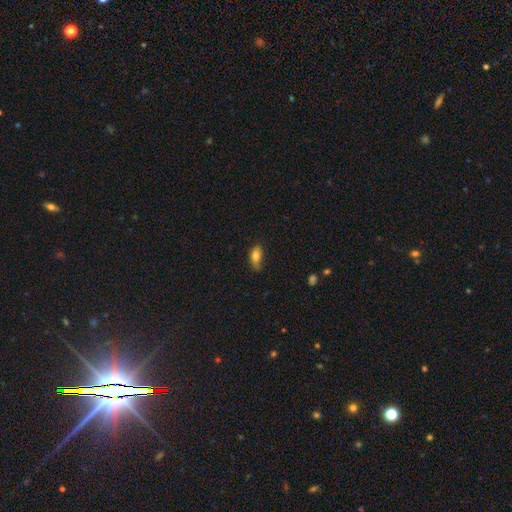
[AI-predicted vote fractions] smooth-or-featured: smooth: 80% | featured or disk: 12% | star or artifact: 8%
  how-rounded: in between: 83% | cigar-shaped: 12% | round: 4%
  merging: none: 65% | minor disturbance: 28% | major disturbance: 6% | merger: 2%